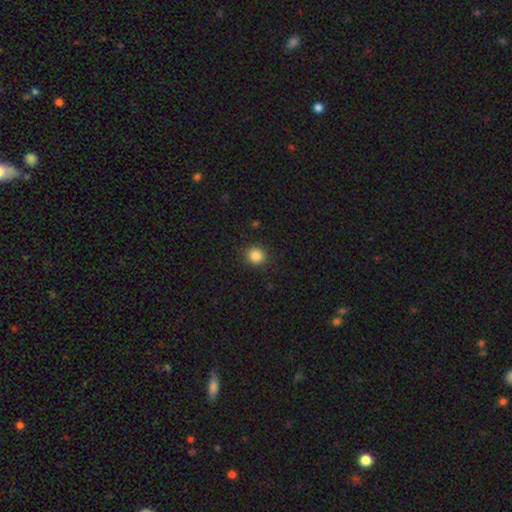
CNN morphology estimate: Smooth or featured: smooth — 85% (star or artifact — 11%)
How rounded: round — 91% (in between — 8%)
Merging: none — 90% (minor disturbance — 6%)